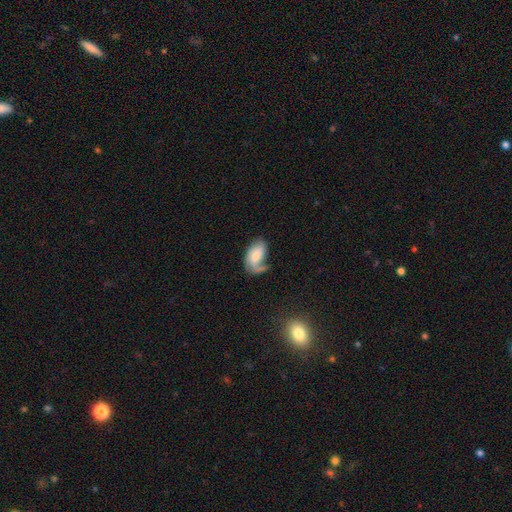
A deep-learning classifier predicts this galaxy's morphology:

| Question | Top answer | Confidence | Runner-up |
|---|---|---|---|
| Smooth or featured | featured or disk | 50% | smooth (43%) |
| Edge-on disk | no | 95% | yes (5%) |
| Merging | none | 35% | major disturbance (29%) |